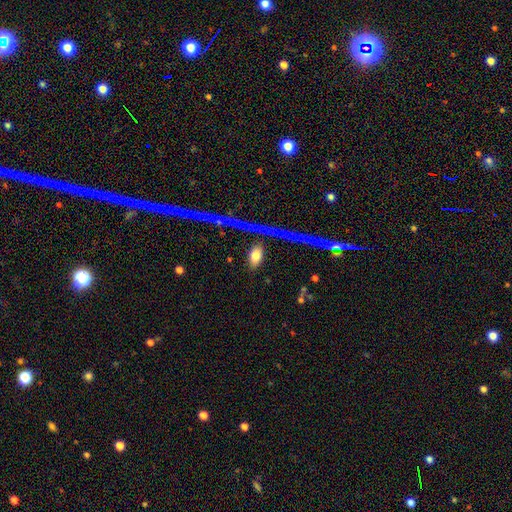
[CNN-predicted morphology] Smooth or featured: smooth — 78% (featured or disk — 11%)
How rounded: in between — 89% (round — 9%)
Merging: none — 81% (minor disturbance — 11%)